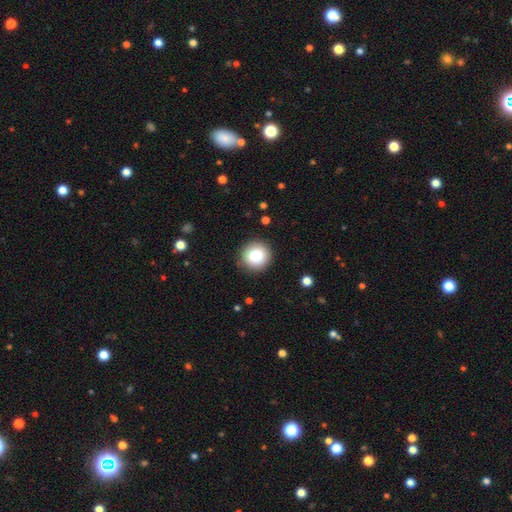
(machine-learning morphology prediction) A smooth galaxy with no disk features (81%) that is round (94%). Merging: none (91%).